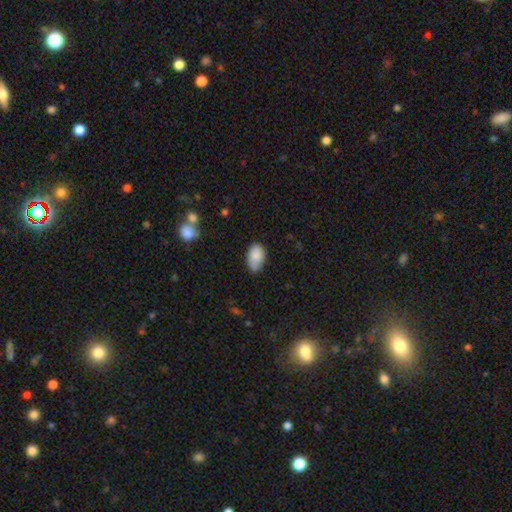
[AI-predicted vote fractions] The model was most divided on "merging": none: 62%, minor disturbance: 30%, major disturbance: 5%, merger: 3%. More confident: how rounded — in between (92%); smooth or featured — smooth (86%).